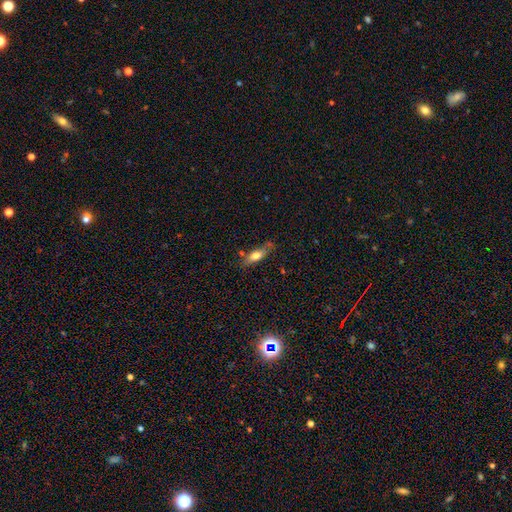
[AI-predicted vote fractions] This is likely a smooth galaxy (60%). How rounded: possibly cigar-shaped (50%). Merging: likely none (66%).